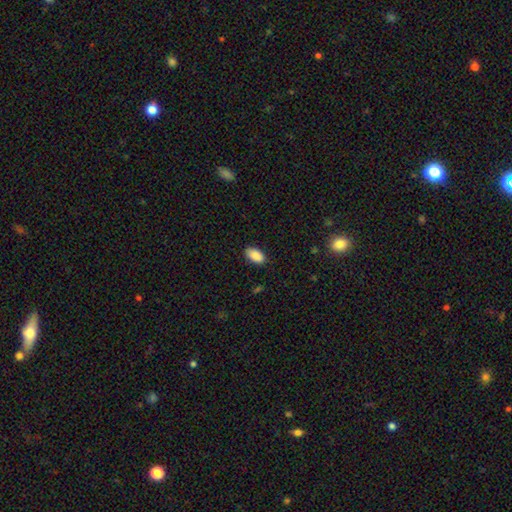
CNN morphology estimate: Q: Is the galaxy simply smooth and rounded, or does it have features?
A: smooth — 89%.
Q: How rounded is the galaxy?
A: in between — 94%.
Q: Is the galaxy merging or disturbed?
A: none — 88%.